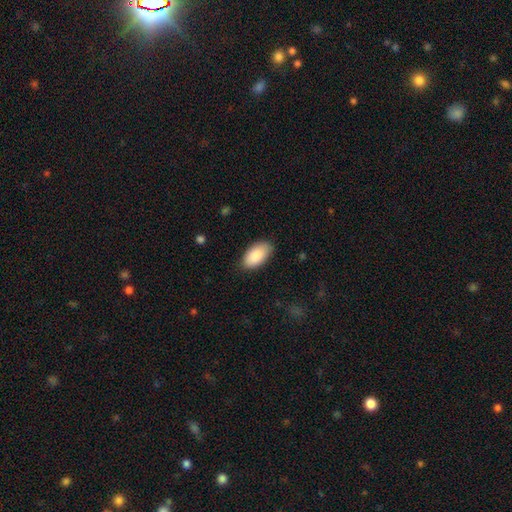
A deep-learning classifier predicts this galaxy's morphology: This is clearly a smooth galaxy (89%). How rounded: clearly in between (95%). Merging: clearly none (83%).